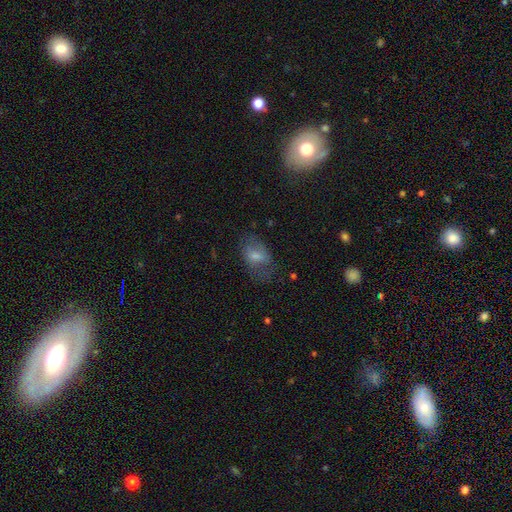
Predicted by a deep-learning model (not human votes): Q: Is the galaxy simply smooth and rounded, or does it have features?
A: smooth — 60%.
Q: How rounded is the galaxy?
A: in between — 83%.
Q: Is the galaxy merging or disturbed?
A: none — 52%.